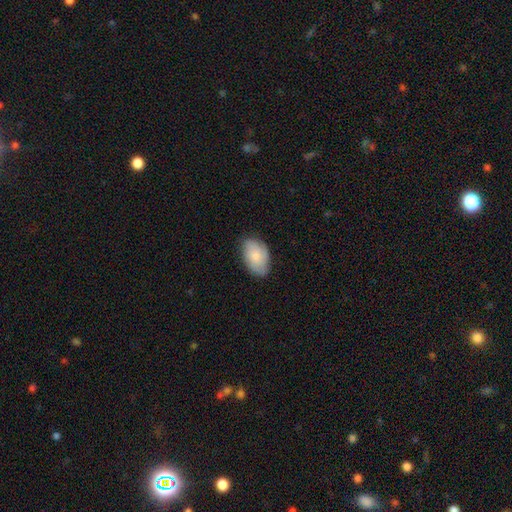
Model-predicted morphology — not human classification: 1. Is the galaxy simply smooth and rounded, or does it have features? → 73% smooth, 21% featured or disk, 6% star or artifact.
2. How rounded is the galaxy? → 92% in between, 7% round, 1% cigar-shaped.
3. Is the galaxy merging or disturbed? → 75% none, 20% minor disturbance, 4% major disturbance, 1% merger.